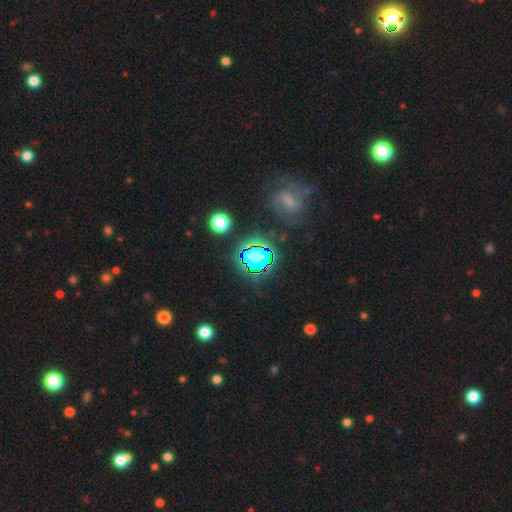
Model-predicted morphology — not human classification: Q: Smooth or featured?
A: star or artifact (62%); runner-up: smooth (22%)